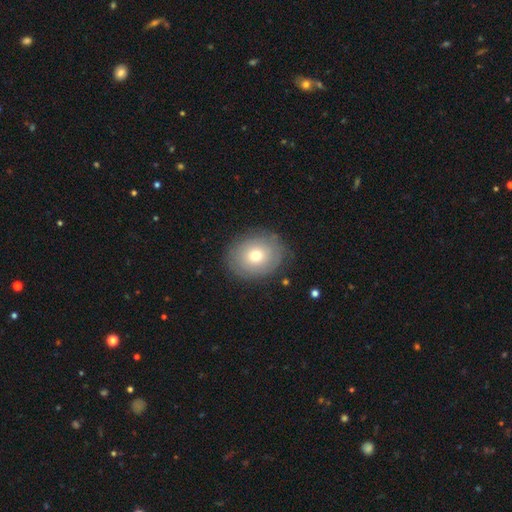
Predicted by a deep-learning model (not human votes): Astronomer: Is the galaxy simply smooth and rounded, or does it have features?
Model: smooth — 66%.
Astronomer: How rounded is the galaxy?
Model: round — 59% (runner-up: in between, 40%).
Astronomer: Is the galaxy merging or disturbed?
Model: none — 82%.